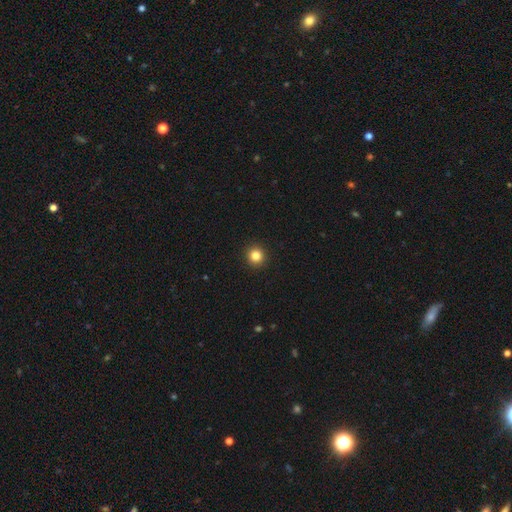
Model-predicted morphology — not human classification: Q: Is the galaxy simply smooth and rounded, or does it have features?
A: smooth — 83%.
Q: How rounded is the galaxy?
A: round — 93%.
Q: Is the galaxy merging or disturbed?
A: none — 93%.